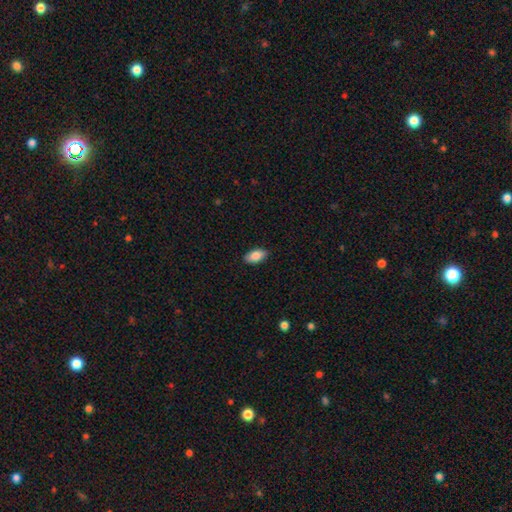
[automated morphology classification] Smooth or featured: smooth — 87% (star or artifact — 7%)
How rounded: in between — 92% (cigar-shaped — 5%)
Merging: none — 87% (minor disturbance — 10%)